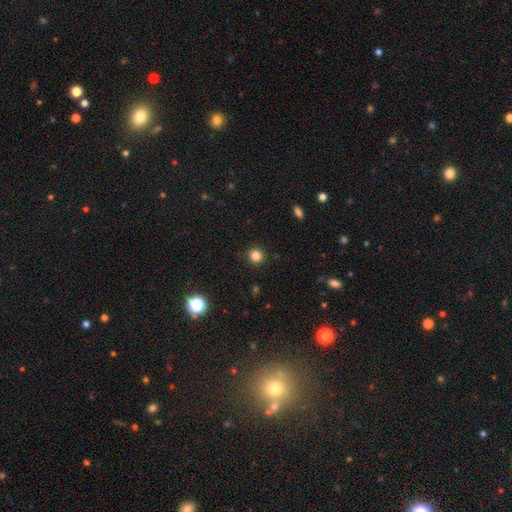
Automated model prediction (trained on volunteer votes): This is clearly a smooth galaxy (82%). How rounded: clearly round (94%). Merging: clearly none (92%).